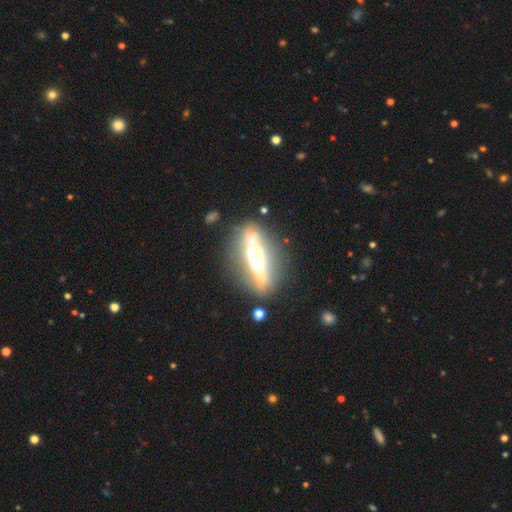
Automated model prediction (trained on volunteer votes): Q: Smooth or featured?
A: featured or disk (68%); runner-up: smooth (23%)
Q: Edge-on disk?
A: yes (76%); runner-up: no (24%)
Q: Edge-on bulge?
A: rounded (41%); runner-up: boxy (31%)
Q: Merging?
A: none (69%); runner-up: minor disturbance (16%)